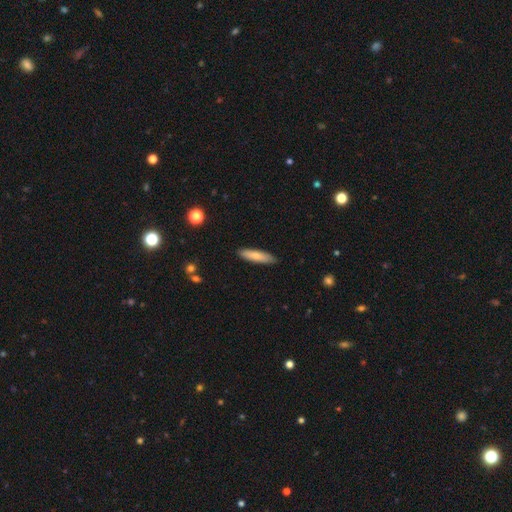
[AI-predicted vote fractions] Morphology: type=smooth (76%); roundness=cigar-shaped (78%); merging=none (88%).